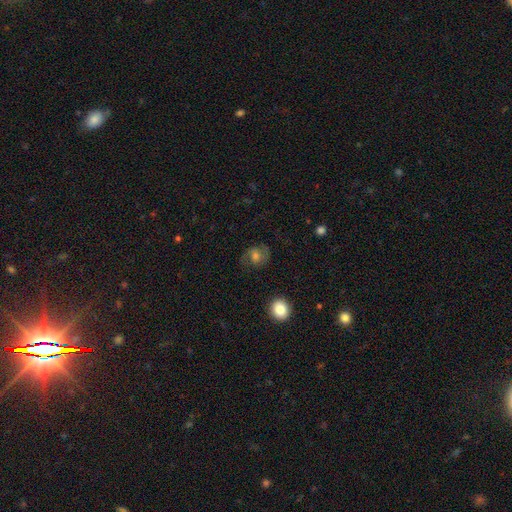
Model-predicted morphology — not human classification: Smooth or featured? Predicted: featured or disk (p=0.51). Edge-on disk? Predicted: no (p=0.97). Merging? Predicted: none (p=0.72).